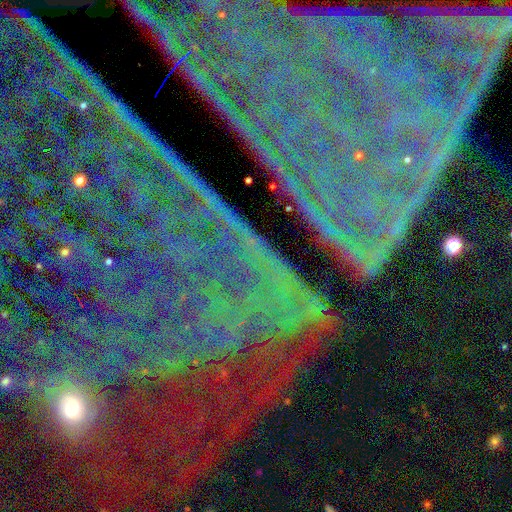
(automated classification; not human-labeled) A star or artifact, not a galaxy (84%).